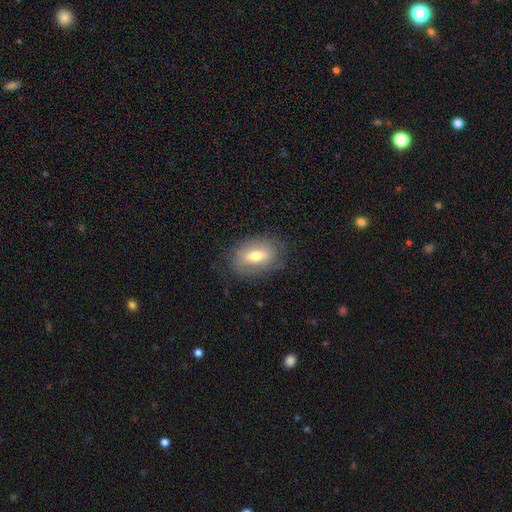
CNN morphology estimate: A smooth galaxy with no disk features (55%) that is in between round and cigar-shaped (77%).

Vote fractions:
- Smooth or featured? smooth: 55% / featured or disk: 36% / star or artifact: 8%
- How rounded? in between: 77% / round: 21% / cigar-shaped: 2%
- Merging? none: 76% / minor disturbance: 17% / major disturbance: 6% / merger: 1%